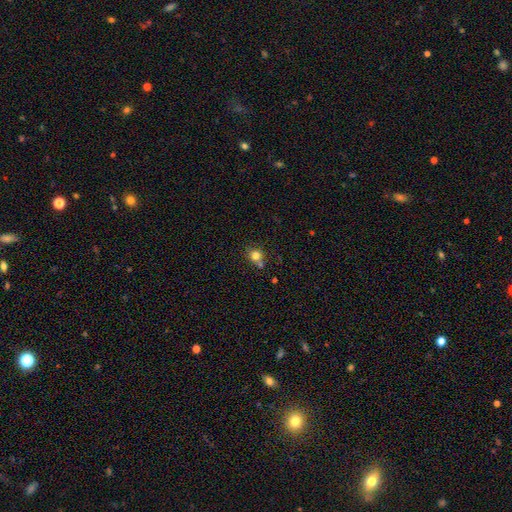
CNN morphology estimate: smooth 79%, star or artifact 13%, featured or disk 8%. Down the decision tree: how rounded — round (84%); merging — none (61%).